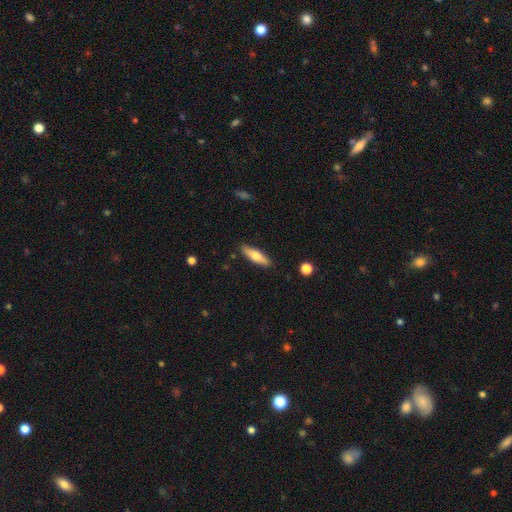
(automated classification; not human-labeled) A smooth galaxy with no disk features (62%) that is cigar-shaped (59%).

Vote fractions:
- Smooth or featured? smooth: 62% / featured or disk: 32% / star or artifact: 6%
- How rounded? cigar-shaped: 59% / in between: 38% / round: 2%
- Merging? none: 88% / minor disturbance: 8% / major disturbance: 2% / merger: 1%